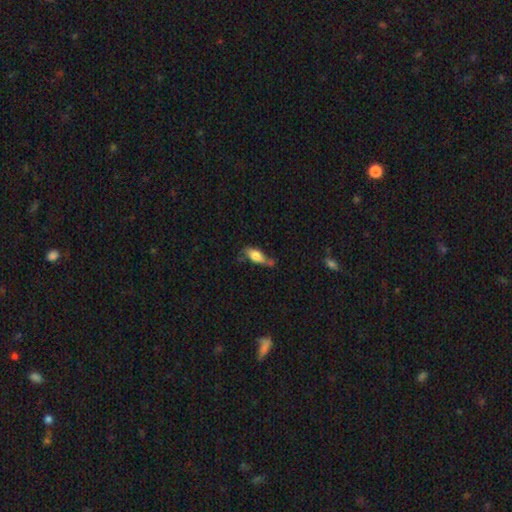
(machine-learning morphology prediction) smooth 67%, featured or disk 26%, star or artifact 7%. Down the decision tree: how rounded — in between (72%); merging — none (48%).